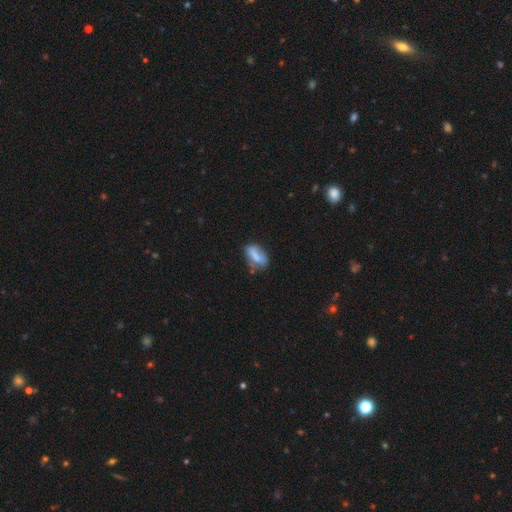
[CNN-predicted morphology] smooth 69%, featured or disk 23%, star or artifact 8%. Down the decision tree: how rounded — in between (81%); merging — none (53%).